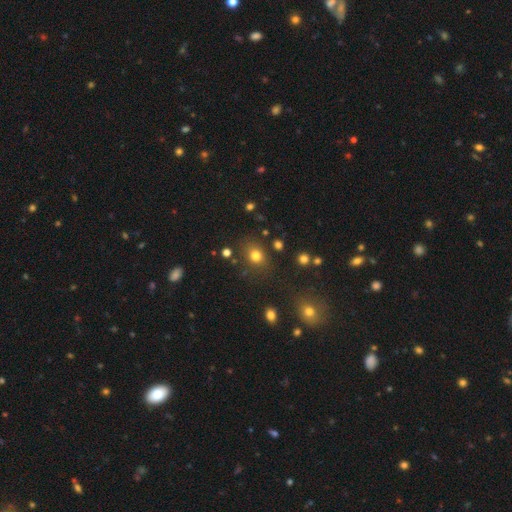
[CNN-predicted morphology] smooth_or_featured: smooth (p=0.77) [alt: star or artifact p=0.16]
how_rounded: round (p=0.59) [alt: in between p=0.40]
merging: none (p=0.78) [alt: minor disturbance p=0.12]